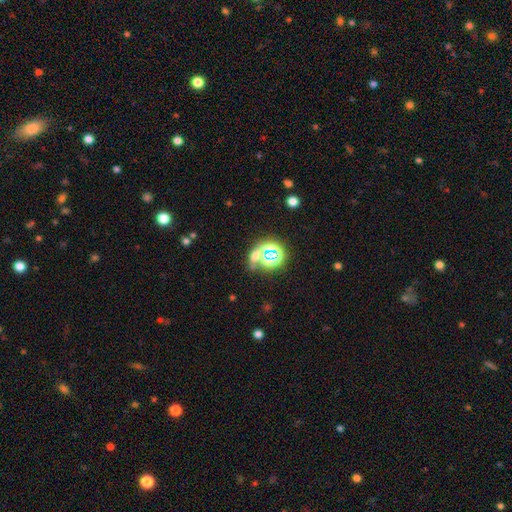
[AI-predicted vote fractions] smooth_or_featured: star or artifact (p=0.56) [alt: smooth p=0.33]